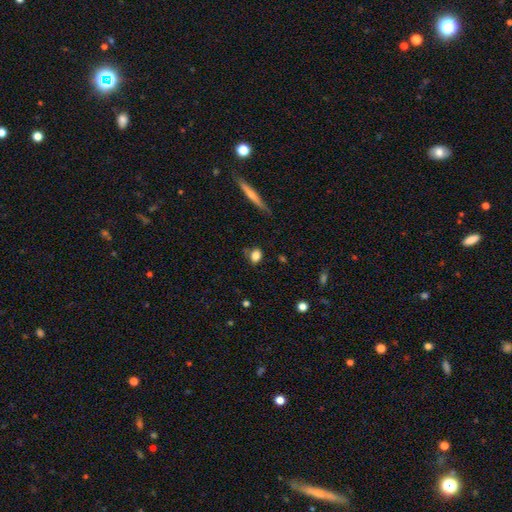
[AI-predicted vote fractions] Smooth or featured?
  - smooth: 82% *
  - featured or disk: 9%
  - star or artifact: 9%
How rounded?
  - in between: 58% *
  - round: 38%
  - cigar-shaped: 4%
Merging?
  - none: 67% *
  - minor disturbance: 23%
  - major disturbance: 7%
  - merger: 4%